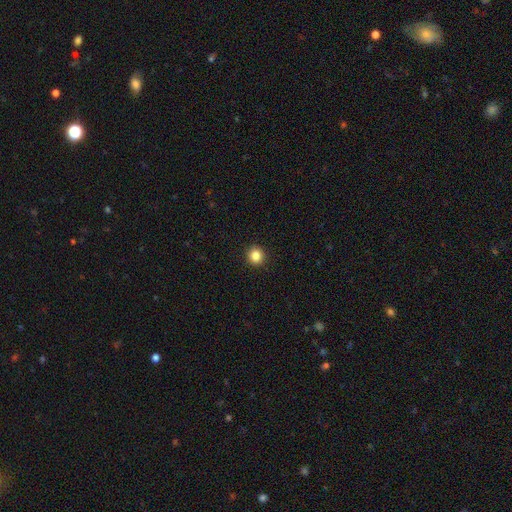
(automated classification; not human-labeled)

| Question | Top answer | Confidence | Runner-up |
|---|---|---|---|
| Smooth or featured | smooth | 85% | star or artifact (11%) |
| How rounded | round | 90% | in between (9%) |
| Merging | none | 93% | minor disturbance (5%) |